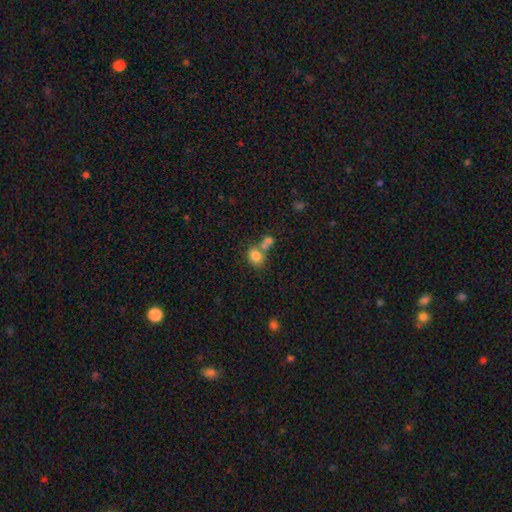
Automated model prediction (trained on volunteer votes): Smooth or featured? smooth (79%)
How rounded? round (53%)
Merging? none (47%)